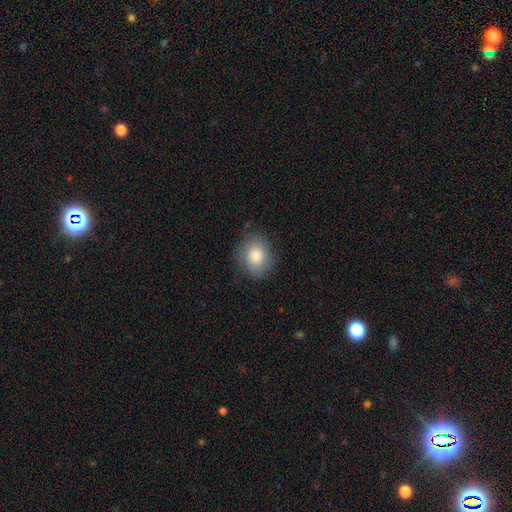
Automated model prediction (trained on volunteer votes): Overall: smooth (82%). How rounded: in between (52%; round 47%). Merging: none (79%).